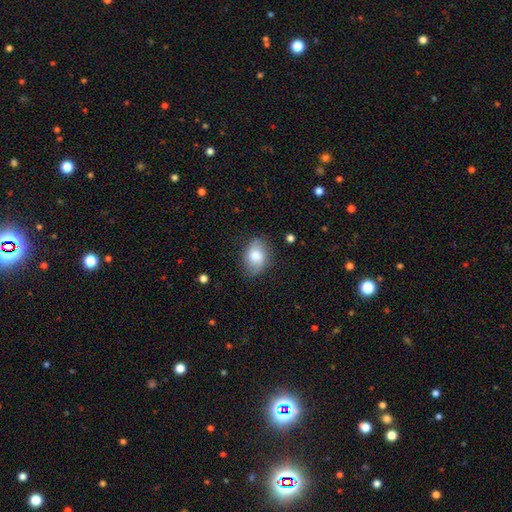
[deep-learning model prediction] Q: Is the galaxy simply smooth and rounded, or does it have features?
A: smooth — 69%.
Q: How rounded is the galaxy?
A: in between — 79%.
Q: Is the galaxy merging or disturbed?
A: none — 70%.